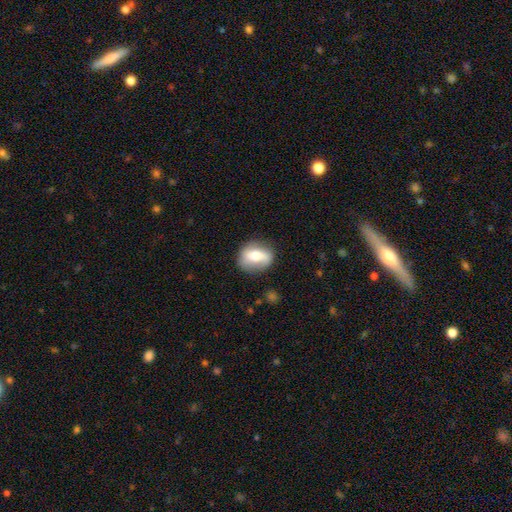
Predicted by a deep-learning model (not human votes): A smooth galaxy with no disk features (51%) that is round (56%).

Vote fractions:
- Smooth or featured? smooth: 51% / featured or disk: 41% / star or artifact: 7%
- How rounded? round: 56% / in between: 42% / cigar-shaped: 3%
- Merging? none: 77% / minor disturbance: 16% / major disturbance: 5% / merger: 2%